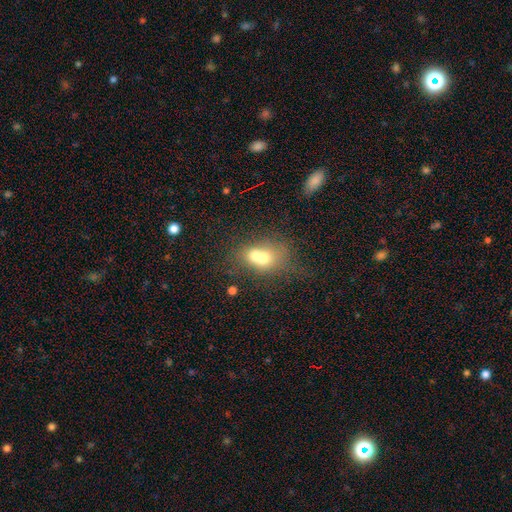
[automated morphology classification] Overall: smooth (62%; featured or disk 26%). How rounded: round (54%; in between 45%). Merging: merger (69%).